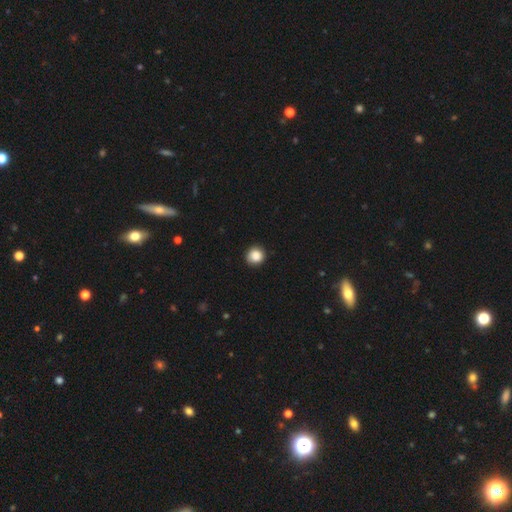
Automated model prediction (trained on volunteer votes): The model was most divided on "smooth or featured": smooth: 88%, star or artifact: 9%, featured or disk: 3%. More confident: how rounded — round (93%); merging — none (91%).